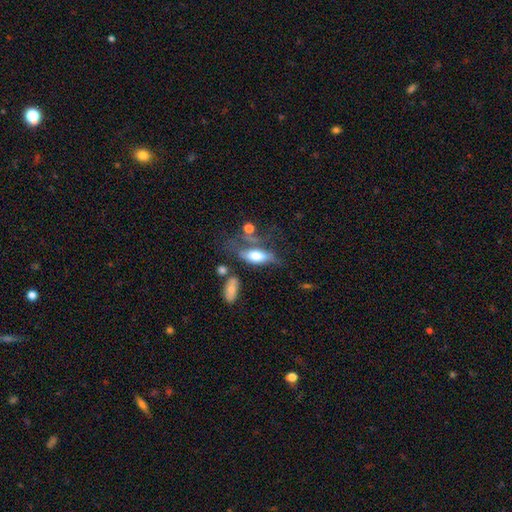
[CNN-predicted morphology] Smooth or featured?
  - smooth: 60% *
  - featured or disk: 31%
  - star or artifact: 9%
How rounded?
  - in between: 80% *
  - cigar-shaped: 17%
  - round: 3%
Merging?
  - major disturbance: 34% *
  - none: 26%
  - minor disturbance: 22%
  - merger: 18%